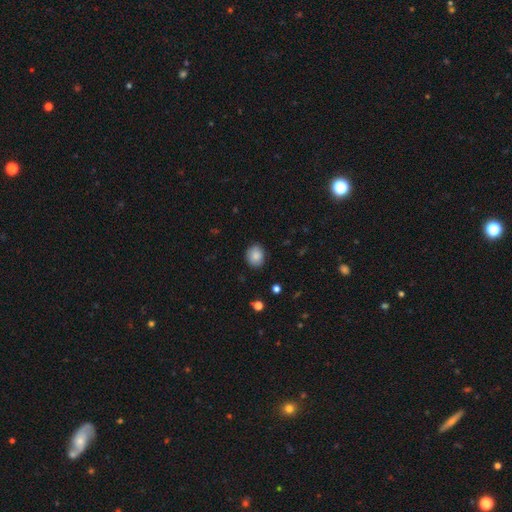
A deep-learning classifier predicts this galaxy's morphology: This is clearly a smooth galaxy (86%). How rounded: likely round (68%). Merging: clearly none (84%).